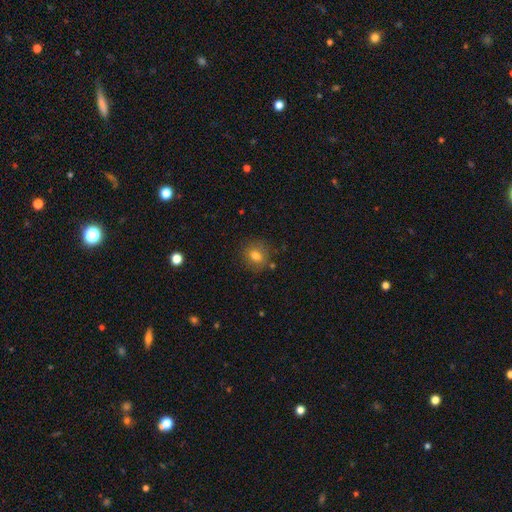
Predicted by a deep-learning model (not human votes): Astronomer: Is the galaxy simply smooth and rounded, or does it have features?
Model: smooth — 78%.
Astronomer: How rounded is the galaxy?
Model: round — 71%.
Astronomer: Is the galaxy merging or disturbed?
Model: none — 81%.